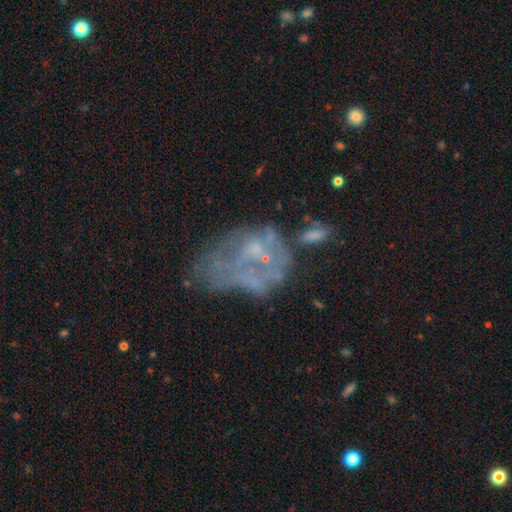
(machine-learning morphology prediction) smooth-or-featured: featured or disk: 60% | smooth: 22% | star or artifact: 18%
  disk-edge-on: no: 98% | yes: 2%
    bar: no: 88% | weak: 9% | strong: 3%
    has-spiral-arms: no: 87% | yes: 13%
    bulge-size: none: 64% | small: 23% | moderate: 10% | large: 2% | dominant: 1%
  merging: major disturbance: 33% | none: 26% | merger: 23% | minor disturbance: 18%